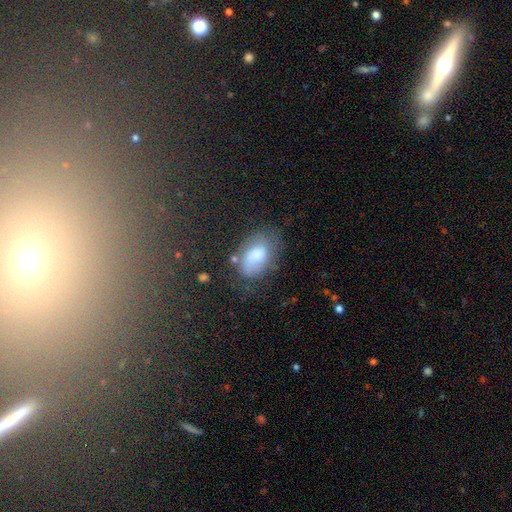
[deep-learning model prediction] Smooth or featured: smooth — 69% (featured or disk — 22%)
How rounded: in between — 89% (round — 10%)
Merging: none — 55% (minor disturbance — 27%)